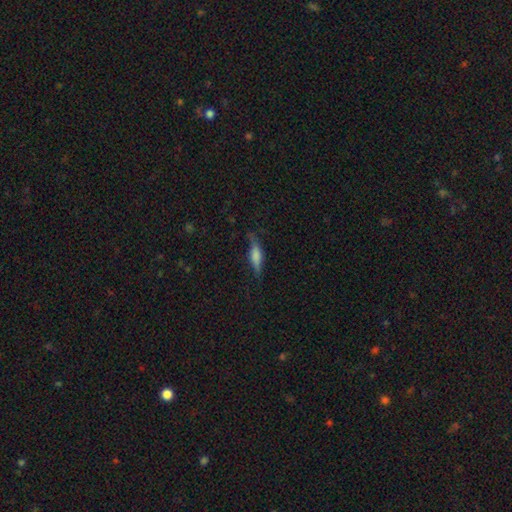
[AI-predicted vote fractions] Smooth or featured? smooth (52%)
How rounded? cigar-shaped (60%)
Merging? none (72%)